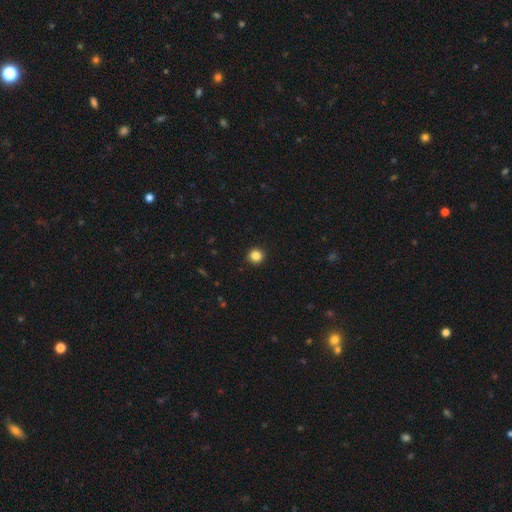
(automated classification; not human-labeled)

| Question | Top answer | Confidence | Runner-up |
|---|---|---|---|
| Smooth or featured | smooth | 85% | star or artifact (12%) |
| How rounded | round | 95% | in between (5%) |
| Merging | none | 93% | minor disturbance (5%) |